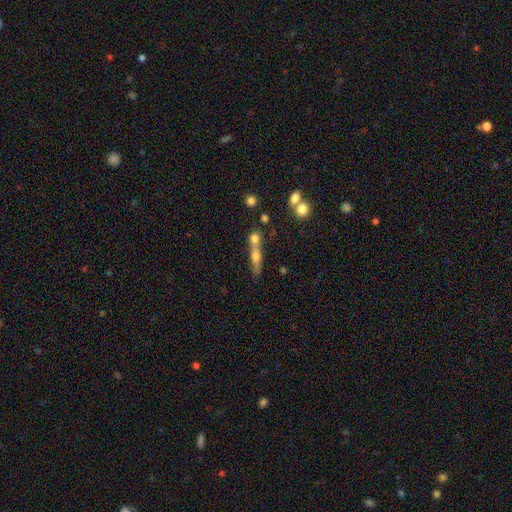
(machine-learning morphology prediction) Overall: featured or disk (46%; smooth 45%). Merging: none (51%; merger 33%).